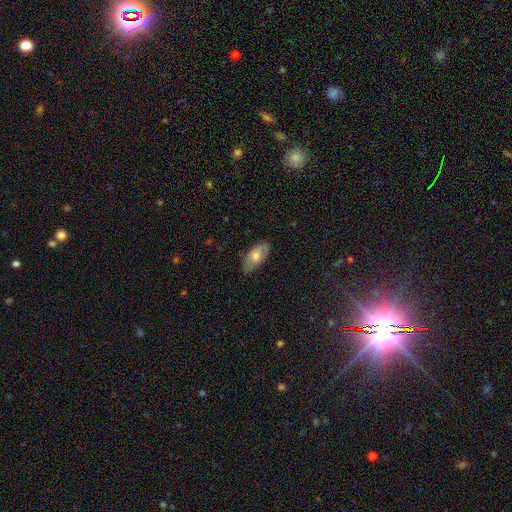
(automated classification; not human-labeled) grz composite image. It shows a smooth galaxy with no disk features (70%) that is in between round and cigar-shaped (90%). Merging: none (78%).